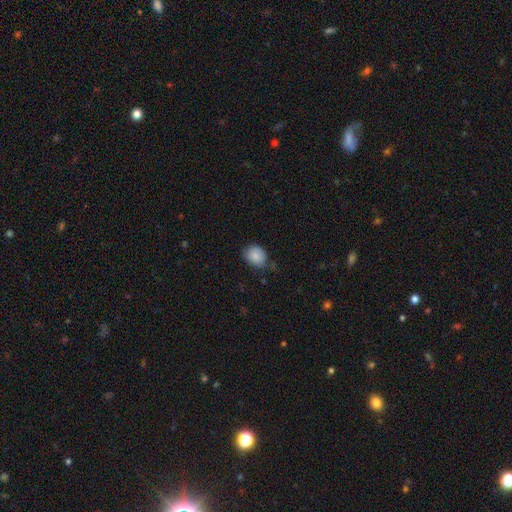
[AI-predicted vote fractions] This is clearly a smooth galaxy (86%). How rounded: possibly round (58%). Merging: likely none (74%).